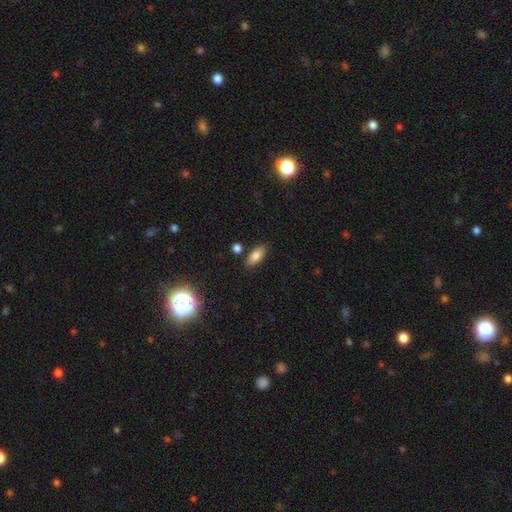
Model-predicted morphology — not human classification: Smooth or featured? Predicted: smooth (p=0.81). How rounded? Predicted: in between (p=0.85). Merging? Predicted: none (p=0.82).